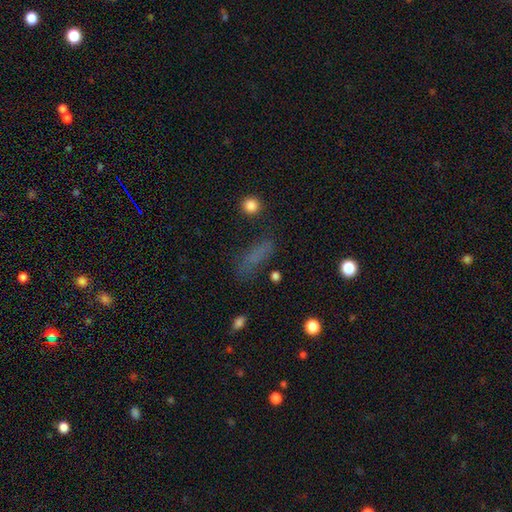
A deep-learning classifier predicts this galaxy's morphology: Smooth or featured?
  - smooth: 64% *
  - star or artifact: 21%
  - featured or disk: 15%
How rounded?
  - in between: 49% *
  - cigar-shaped: 44%
  - round: 7%
Merging?
  - none: 64% *
  - minor disturbance: 20%
  - major disturbance: 12%
  - merger: 4%